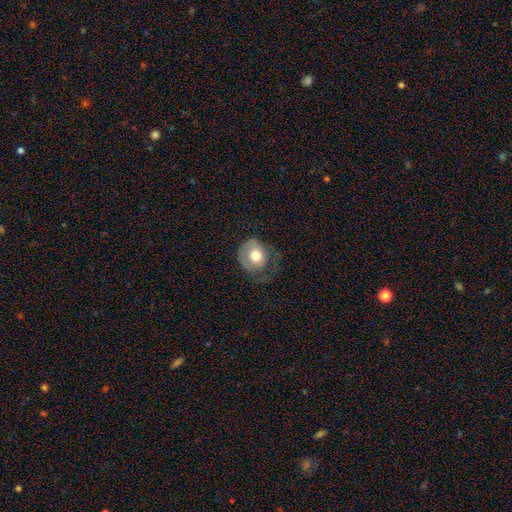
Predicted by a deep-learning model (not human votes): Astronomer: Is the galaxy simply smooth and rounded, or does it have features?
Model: smooth — 63%.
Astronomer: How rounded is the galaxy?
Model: round — 64%.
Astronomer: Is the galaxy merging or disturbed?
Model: major disturbance — 38% (runner-up: none, 34%).